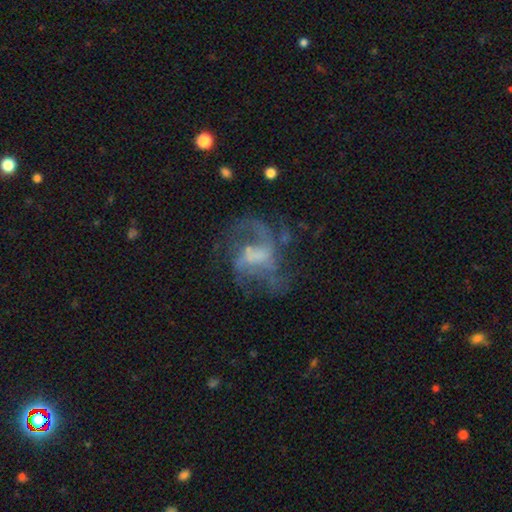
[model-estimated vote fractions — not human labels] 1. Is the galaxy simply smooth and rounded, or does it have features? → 75% featured or disk, 14% smooth, 11% star or artifact.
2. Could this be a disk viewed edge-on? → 98% no, 2% yes.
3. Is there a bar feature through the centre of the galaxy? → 47% no, 40% weak, 12% strong.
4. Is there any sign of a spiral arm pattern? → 78% yes, 22% no.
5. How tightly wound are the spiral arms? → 46% loose, 41% medium, 13% tight.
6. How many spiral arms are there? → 31% 2, 25% can't tell, 21% 3, 11% 1, 7% 4, 5% more than 4.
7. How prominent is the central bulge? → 41% none, 24% moderate, 23% small, 10% large, 2% dominant.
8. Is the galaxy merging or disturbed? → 48% none, 33% major disturbance, 16% minor disturbance, 4% merger.